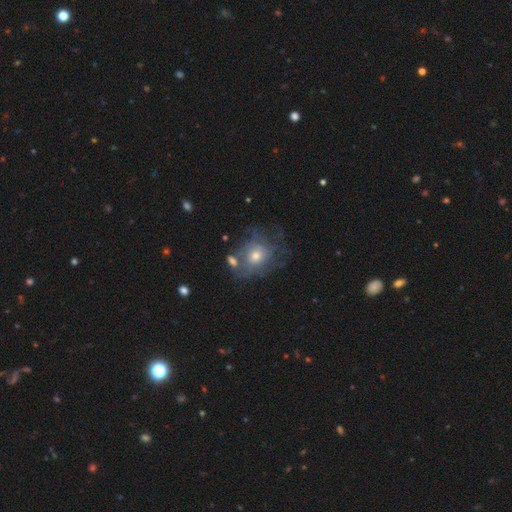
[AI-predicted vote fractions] Smooth or featured?
  - featured or disk: 52% *
  - smooth: 36%
  - star or artifact: 12%
Edge-on disk?
  - no: 95% *
  - yes: 5%
Merging?
  - none: 50% *
  - minor disturbance: 23%
  - major disturbance: 17%
  - merger: 10%